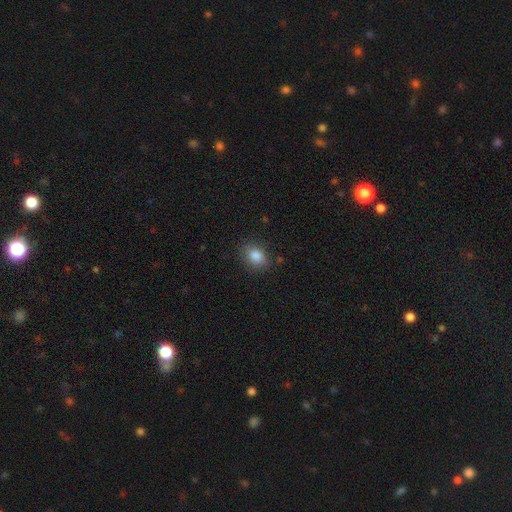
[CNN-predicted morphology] Overall: smooth (85%). How rounded: in between (69%; round 30%). Merging: none (83%).